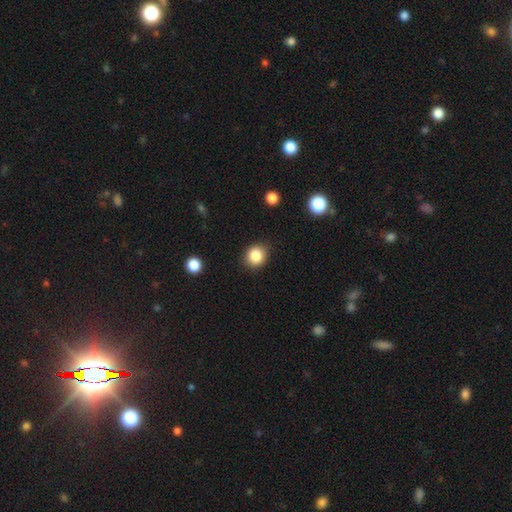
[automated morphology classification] Smooth or featured: smooth — 85% (star or artifact — 10%)
How rounded: round — 77% (in between — 22%)
Merging: none — 88% (minor disturbance — 9%)